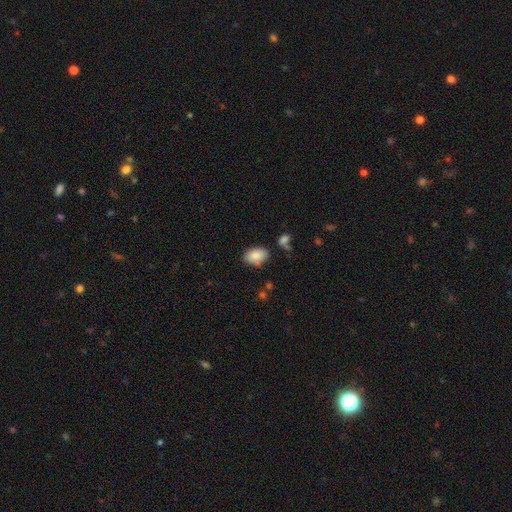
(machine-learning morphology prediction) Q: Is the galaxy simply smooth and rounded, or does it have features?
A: smooth — 87%.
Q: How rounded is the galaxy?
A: in between — 90%.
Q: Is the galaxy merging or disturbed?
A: none — 74%.